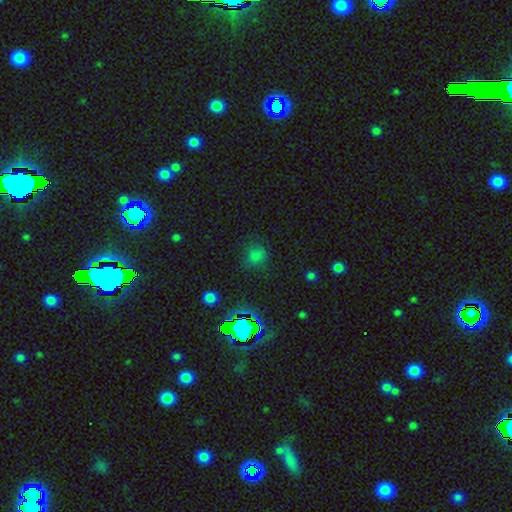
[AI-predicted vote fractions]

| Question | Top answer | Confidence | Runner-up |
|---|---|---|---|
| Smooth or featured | smooth | 64% | star or artifact (30%) |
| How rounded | round | 82% | in between (17%) |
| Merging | none | 77% | minor disturbance (15%) |